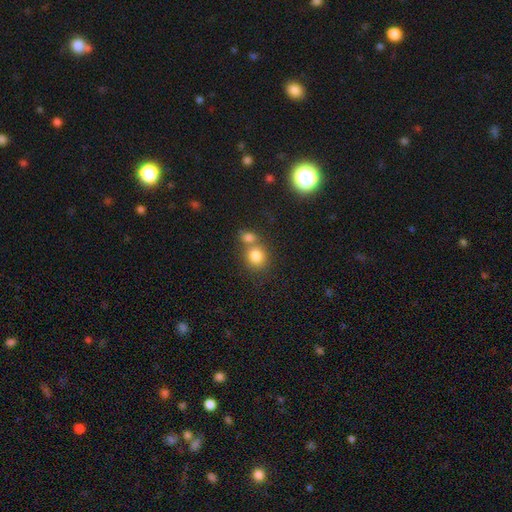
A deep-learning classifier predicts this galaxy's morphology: Smooth or featured? smooth (81%)
How rounded? round (79%)
Merging? none (46%)